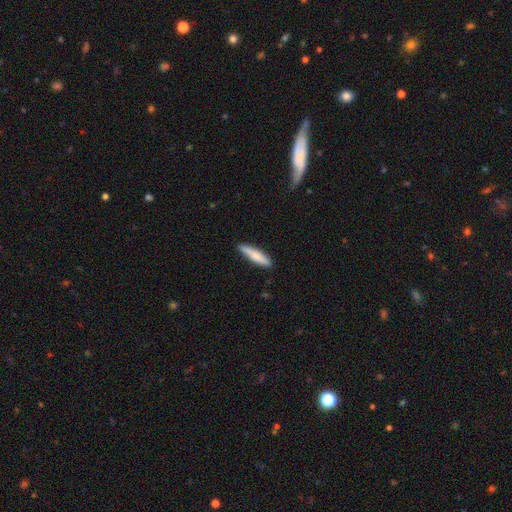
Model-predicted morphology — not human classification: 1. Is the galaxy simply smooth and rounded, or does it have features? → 75% smooth, 20% featured or disk, 5% star or artifact.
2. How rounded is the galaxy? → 87% cigar-shaped, 12% in between, 1% round.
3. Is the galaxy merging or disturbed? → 89% none, 9% minor disturbance, 2% major disturbance, 1% merger.